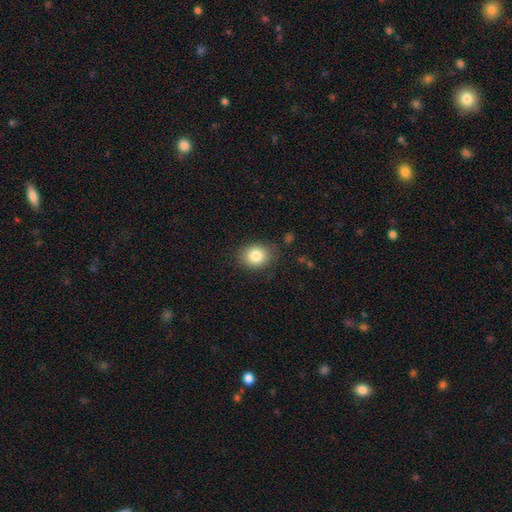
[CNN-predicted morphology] Q: Smooth or featured?
A: smooth (83%); runner-up: star or artifact (10%)
Q: How rounded?
A: round (62%); runner-up: in between (37%)
Q: Merging?
A: none (84%); runner-up: minor disturbance (12%)